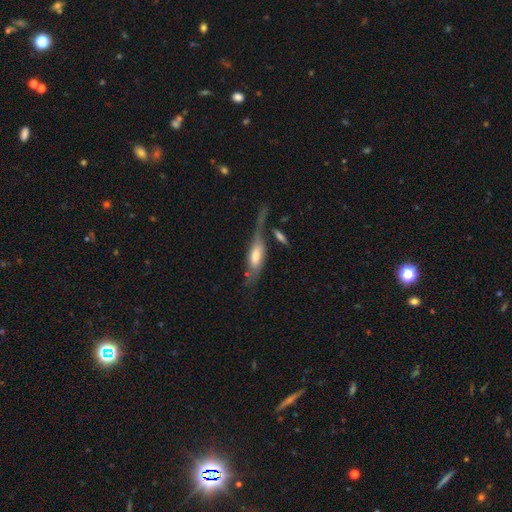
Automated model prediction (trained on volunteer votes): The model was most divided on "smooth or featured": featured or disk: 51%, smooth: 42%, star or artifact: 7%. Remaining: edge-on disk — yes (58%); merging — none (37%).